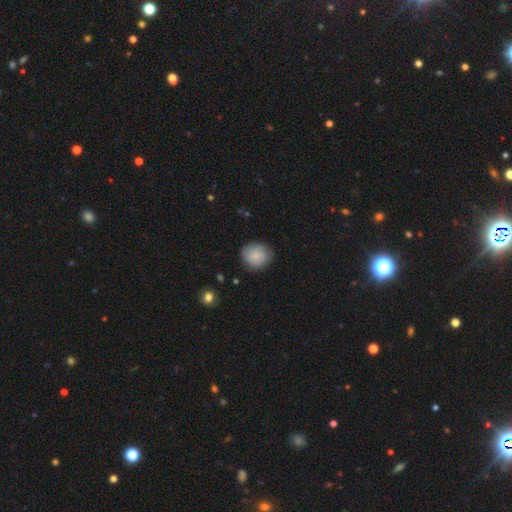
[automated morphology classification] A smooth galaxy with no disk features (81%) that is round (79%). Merging: none (81%).